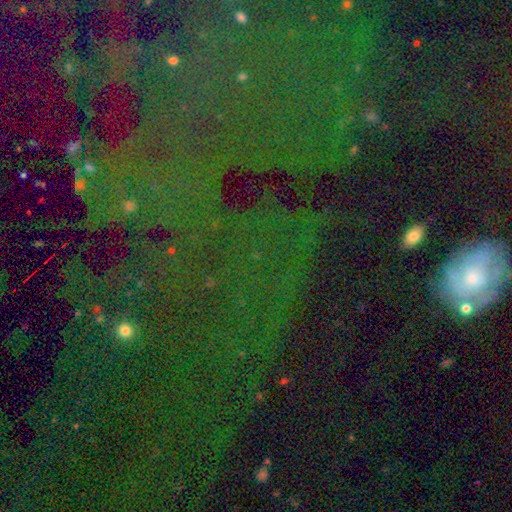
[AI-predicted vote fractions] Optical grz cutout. It shows a star or artifact, not a galaxy (70%).